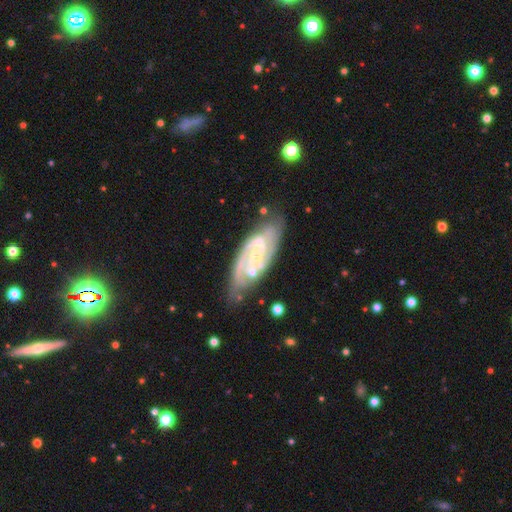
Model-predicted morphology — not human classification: Smooth or featured? Predicted: featured or disk (p=0.89). Edge-on disk? Predicted: no (p=0.95). Bar? Predicted: no (p=0.47). Spiral arms? Predicted: yes (p=0.97). Spiral winding? Predicted: tight (p=0.49). Spiral arm count? Predicted: 2 (p=0.72). Bulge size? Predicted: small (p=0.69). Merging? Predicted: none (p=0.69).